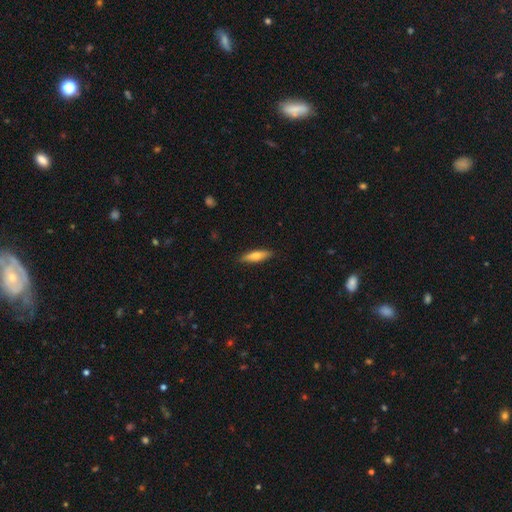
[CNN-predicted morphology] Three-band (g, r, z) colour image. It shows a smooth galaxy with no disk features (67%) that is cigar-shaped (61%). Merging: none (88%).